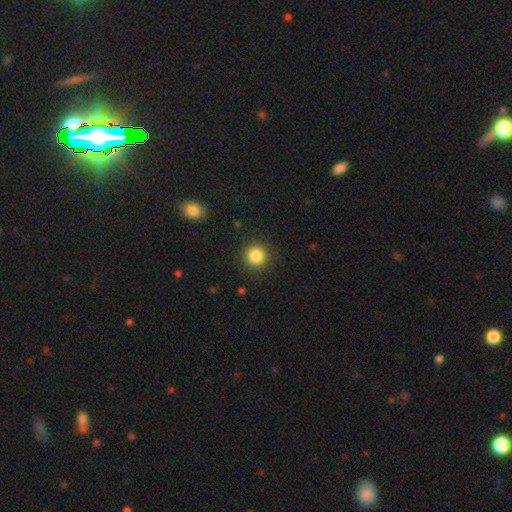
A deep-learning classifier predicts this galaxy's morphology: smooth-or-featured: smooth: 86% | star or artifact: 10% | featured or disk: 4%
  how-rounded: round: 94% | in between: 5% | cigar-shaped: 1%
  merging: none: 90% | minor disturbance: 6% | major disturbance: 3% | merger: 1%